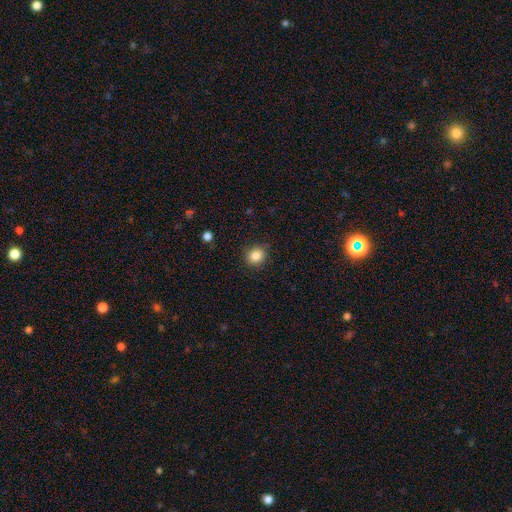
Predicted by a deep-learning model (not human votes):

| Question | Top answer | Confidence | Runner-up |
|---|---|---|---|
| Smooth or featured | smooth | 85% | star or artifact (10%) |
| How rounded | round | 84% | in between (16%) |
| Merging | none | 88% | minor disturbance (9%) |